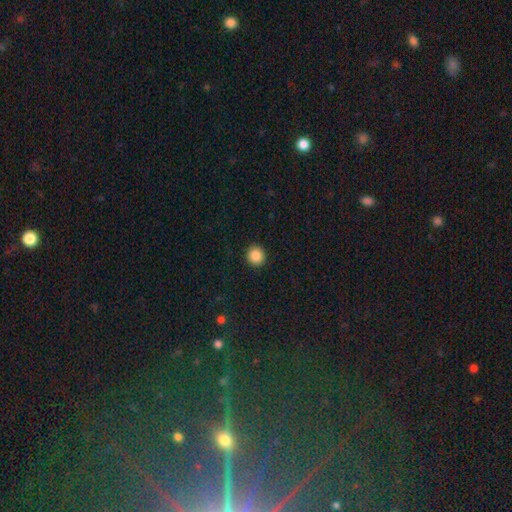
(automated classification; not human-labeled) smooth 88%, star or artifact 10%, featured or disk 3%. Down the decision tree: how rounded — round (92%); merging — none (93%).